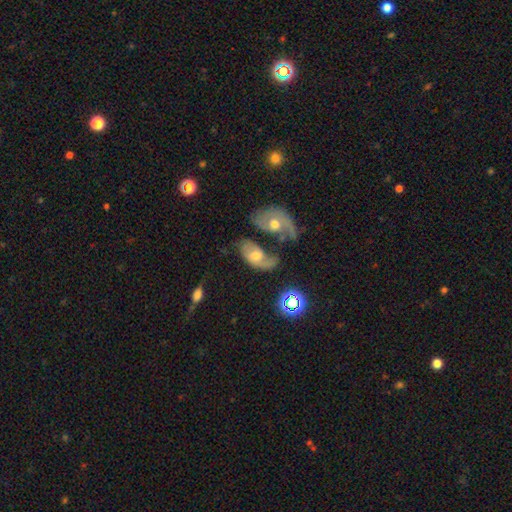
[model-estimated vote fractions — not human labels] This is possibly a featured or disk galaxy (54%). It is clearly not viewed edge-on (94%). Bar: likely no (70%). Spiral arm pattern: likely yes (70%). Central bulge: likely moderate (63%). Merging: possibly merger (47%).